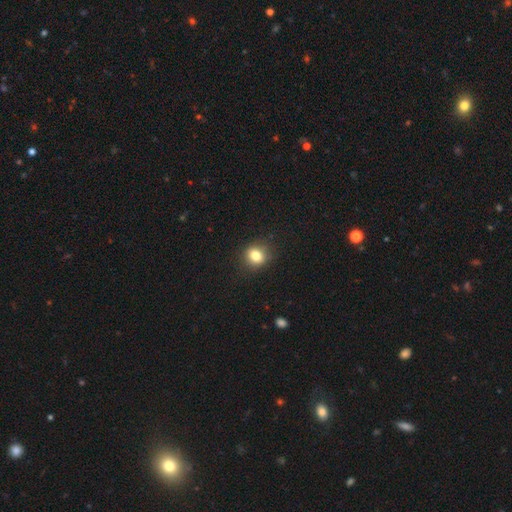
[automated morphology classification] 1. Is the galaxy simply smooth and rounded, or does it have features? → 81% smooth, 11% star or artifact, 7% featured or disk.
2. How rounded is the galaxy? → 75% round, 24% in between, 1% cigar-shaped.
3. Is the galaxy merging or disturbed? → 86% none, 10% minor disturbance, 3% major disturbance, 1% merger.